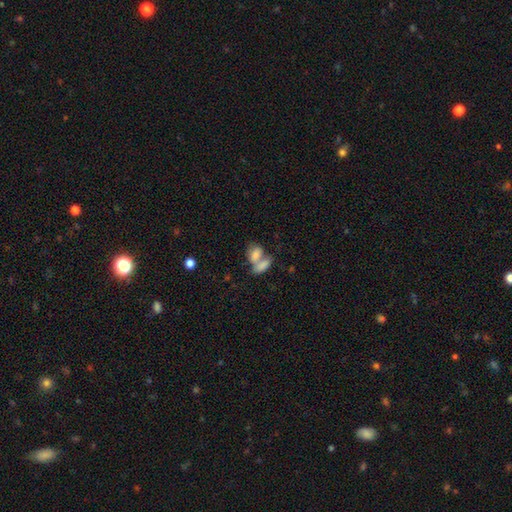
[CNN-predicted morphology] A smooth galaxy with no disk features (70%) that is in between round and cigar-shaped (81%).

Vote fractions:
- Smooth or featured? smooth: 70% / featured or disk: 19% / star or artifact: 11%
- How rounded? in between: 81% / round: 14% / cigar-shaped: 6%
- Merging? merger: 65% / none: 23% / minor disturbance: 7% / major disturbance: 5%